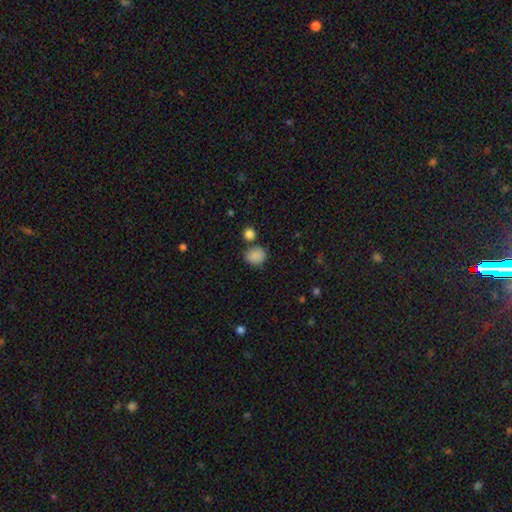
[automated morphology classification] Overall: smooth (86%). How rounded: round (71%). Merging: none (67%).